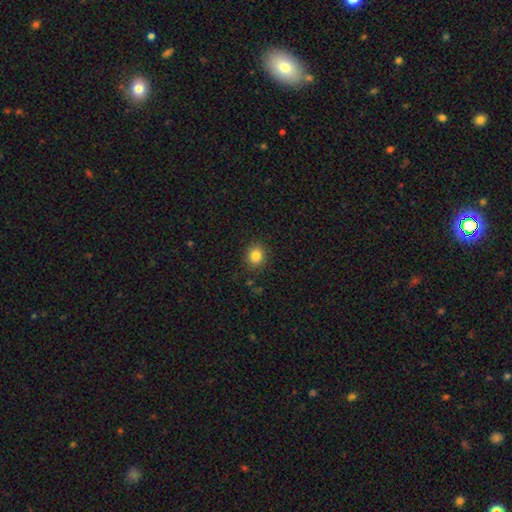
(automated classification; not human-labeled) This is clearly a smooth galaxy (84%). How rounded: clearly round (82%). Merging: clearly none (89%).